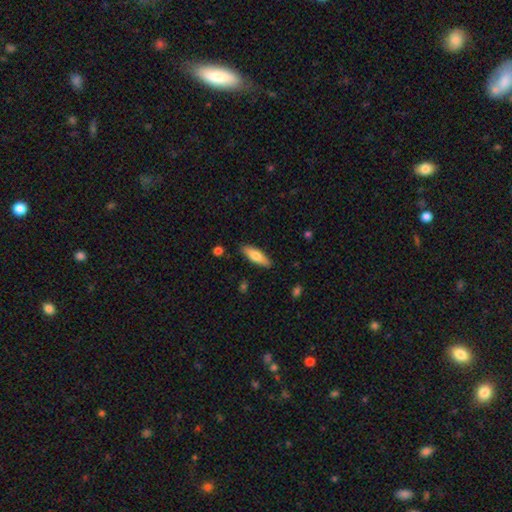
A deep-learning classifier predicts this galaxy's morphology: Smooth or featured? Predicted: smooth (p=0.70). How rounded? Predicted: cigar-shaped (p=0.50). Merging? Predicted: none (p=0.87).